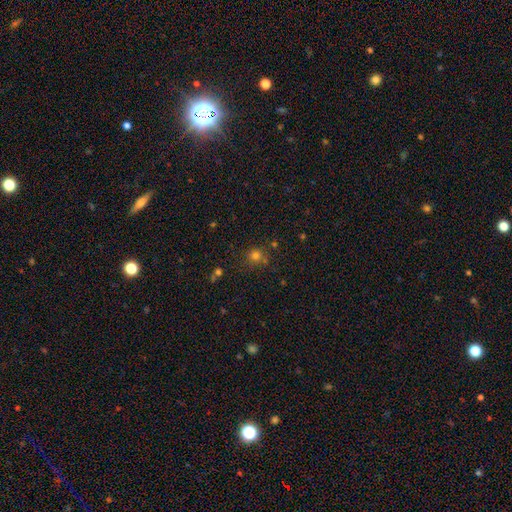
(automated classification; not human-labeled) The model was most divided on "smooth or featured": smooth: 71%, star or artifact: 22%, featured or disk: 7%. More confident: how rounded — round (88%); merging — none (73%).